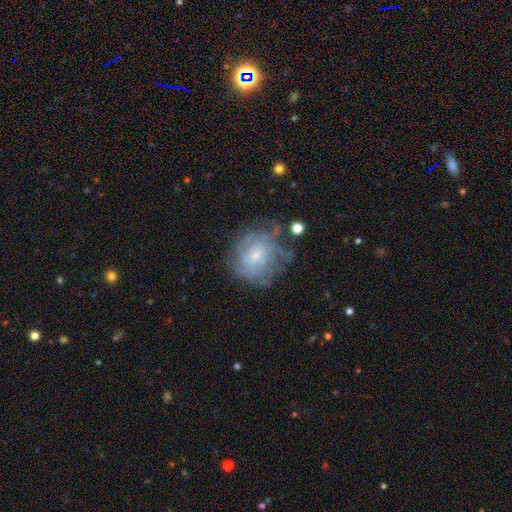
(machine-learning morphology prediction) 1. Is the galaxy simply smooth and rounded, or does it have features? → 63% featured or disk, 28% smooth, 10% star or artifact.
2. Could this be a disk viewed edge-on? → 97% no, 3% yes.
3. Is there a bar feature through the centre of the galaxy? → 70% no, 26% weak, 4% strong.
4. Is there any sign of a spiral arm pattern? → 66% yes, 34% no.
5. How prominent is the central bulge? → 63% small, 28% moderate, 5% none, 2% large, 1% dominant.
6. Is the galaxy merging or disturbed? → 52% none, 24% minor disturbance, 20% major disturbance, 4% merger.